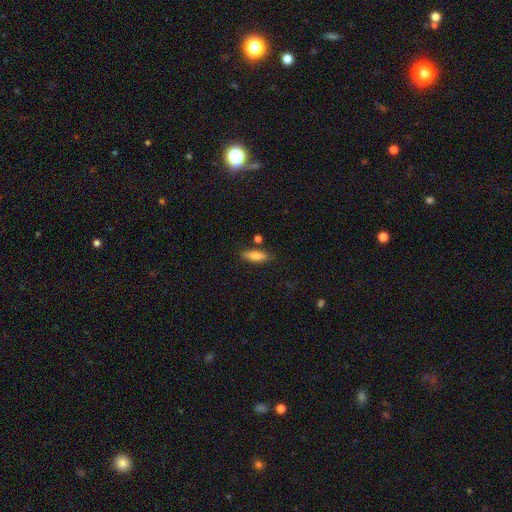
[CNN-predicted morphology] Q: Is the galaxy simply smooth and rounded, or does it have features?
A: smooth — 81%.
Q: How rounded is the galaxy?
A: in between — 62%.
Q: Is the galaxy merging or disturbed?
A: none — 79%.